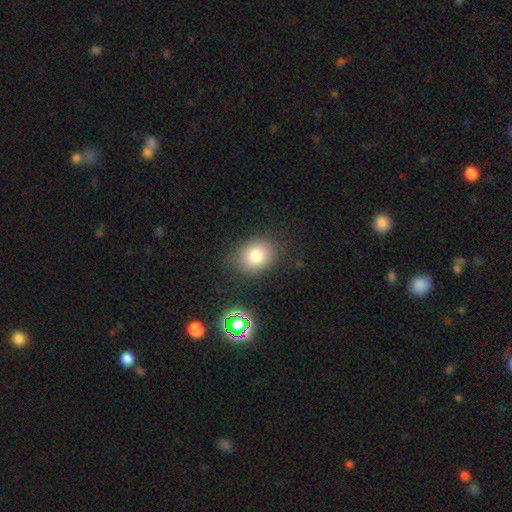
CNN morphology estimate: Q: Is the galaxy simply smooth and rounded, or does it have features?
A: smooth — 79%.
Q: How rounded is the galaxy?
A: round — 51%.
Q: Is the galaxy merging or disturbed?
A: none — 78%.